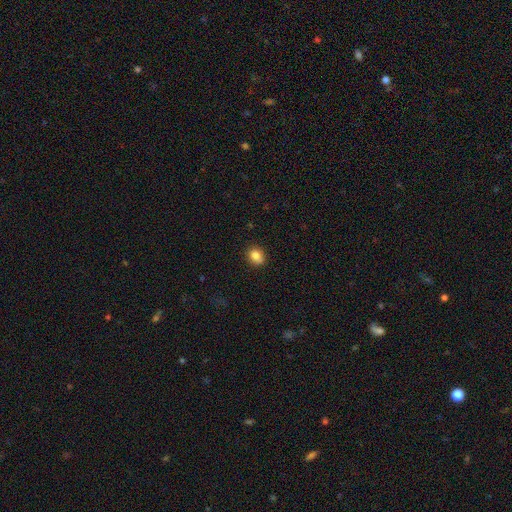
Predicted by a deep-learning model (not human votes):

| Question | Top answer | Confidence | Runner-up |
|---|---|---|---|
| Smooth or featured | smooth | 84% | star or artifact (10%) |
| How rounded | round | 53% | in between (46%) |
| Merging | none | 86% | minor disturbance (11%) |